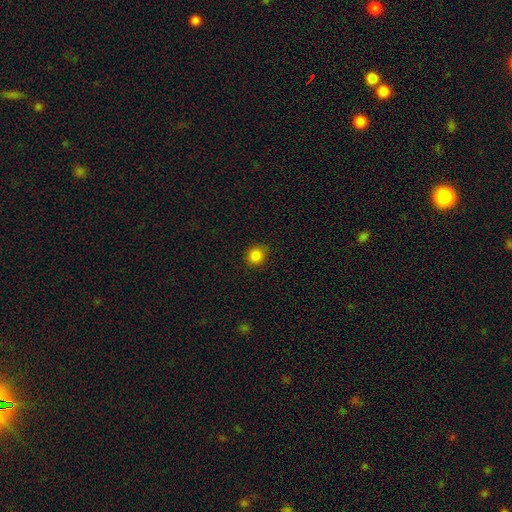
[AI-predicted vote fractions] A smooth galaxy with no disk features (85%) that is round (84%).

Vote fractions:
- Smooth or featured? smooth: 85% / star or artifact: 12% / featured or disk: 3%
- How rounded? round: 84% / in between: 15% / cigar-shaped: 1%
- Merging? none: 87% / minor disturbance: 10% / major disturbance: 2% / merger: 1%